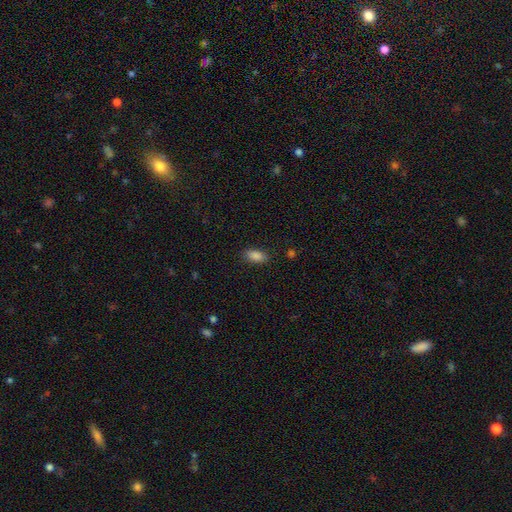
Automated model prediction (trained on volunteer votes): smooth_or_featured: smooth (p=0.87) [alt: star or artifact p=0.08]
how_rounded: in between (p=0.90) [alt: cigar-shaped p=0.07]
merging: none (p=0.87) [alt: minor disturbance p=0.09]